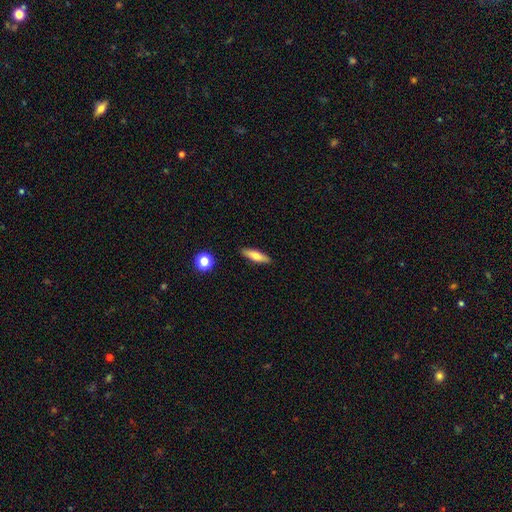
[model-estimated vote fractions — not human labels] Smooth or featured?
  - smooth: 66% *
  - featured or disk: 27%
  - star or artifact: 7%
How rounded?
  - cigar-shaped: 63% *
  - in between: 35%
  - round: 3%
Merging?
  - none: 89% *
  - minor disturbance: 8%
  - major disturbance: 2%
  - merger: 1%